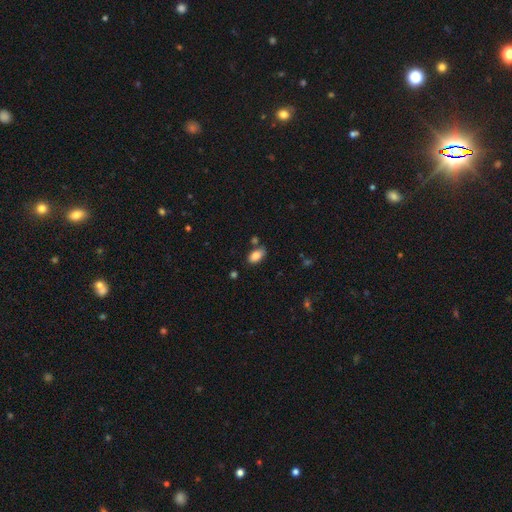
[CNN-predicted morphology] Q: Smooth or featured?
A: smooth (85%); runner-up: star or artifact (8%)
Q: How rounded?
A: in between (93%); runner-up: round (5%)
Q: Merging?
A: none (72%); runner-up: minor disturbance (16%)